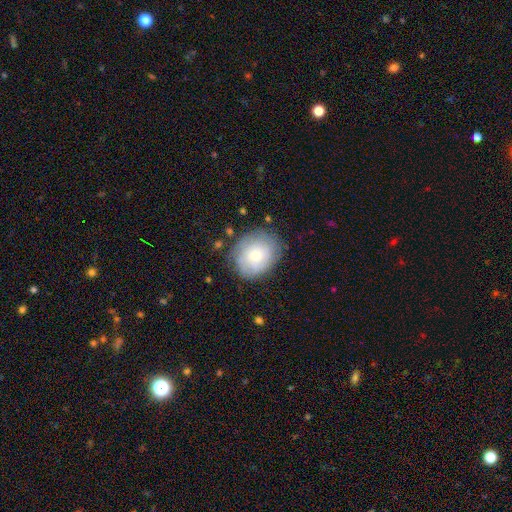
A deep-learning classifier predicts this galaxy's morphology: The model was most divided on "smooth or featured": smooth: 55%, featured or disk: 36%, star or artifact: 8%. More confident: merging — none (74%); how rounded — round (65%).